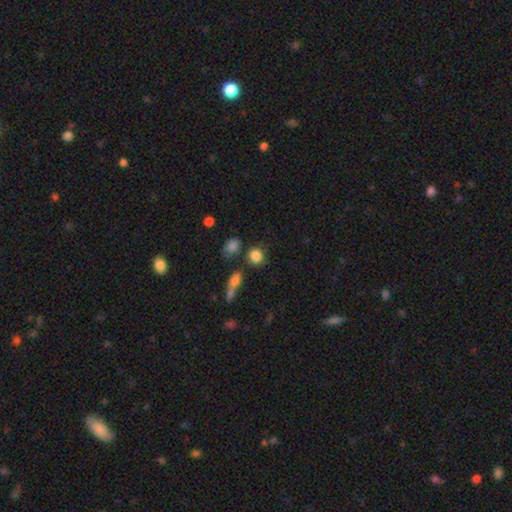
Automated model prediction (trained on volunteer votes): Morphology: type=smooth (83%); roundness=round (82%); merging=none (70%).